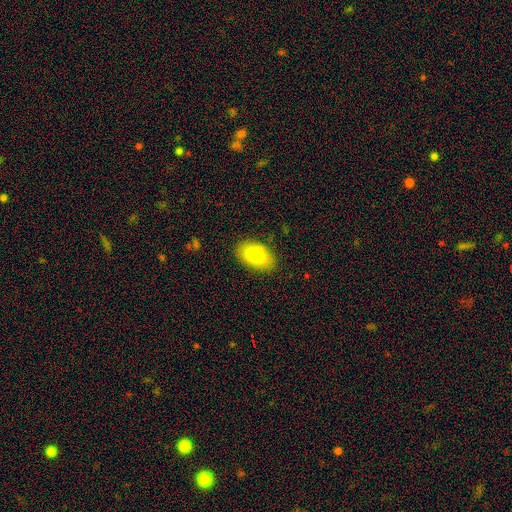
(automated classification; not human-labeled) Morphology: type=smooth (72%); roundness=in between (90%); merging=none (60%).